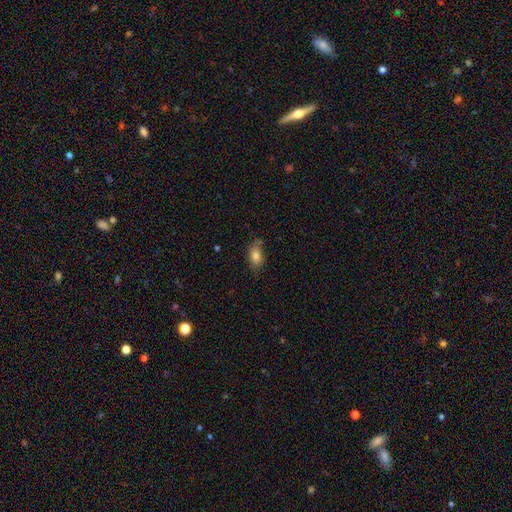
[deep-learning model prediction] Smooth or featured?
  - smooth: 82% *
  - featured or disk: 10%
  - star or artifact: 9%
How rounded?
  - in between: 88% *
  - round: 7%
  - cigar-shaped: 5%
Merging?
  - none: 68% *
  - minor disturbance: 21%
  - merger: 6%
  - major disturbance: 5%